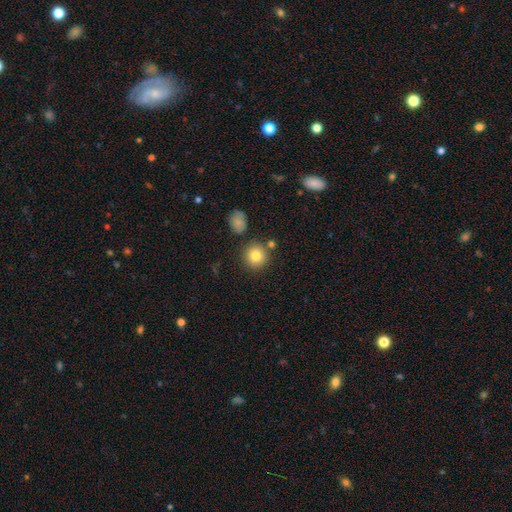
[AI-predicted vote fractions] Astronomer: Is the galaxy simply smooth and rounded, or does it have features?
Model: smooth — 82%.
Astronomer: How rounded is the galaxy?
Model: round — 91%.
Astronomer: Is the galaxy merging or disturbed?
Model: none — 82%.